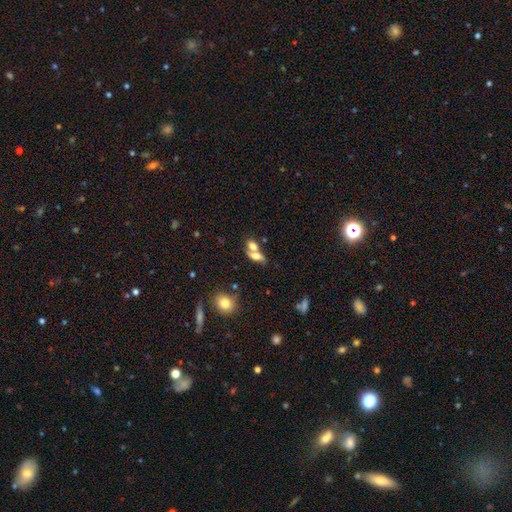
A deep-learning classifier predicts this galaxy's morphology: Q: Smooth or featured?
A: smooth (60%); runner-up: featured or disk (28%)
Q: How rounded?
A: in between (67%); runner-up: round (17%)
Q: Merging?
A: merger (56%); runner-up: none (29%)